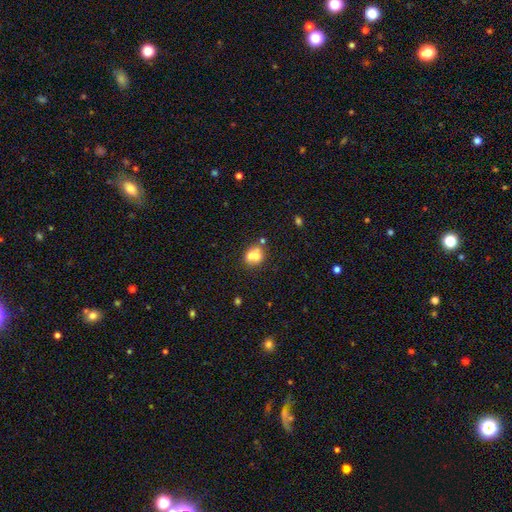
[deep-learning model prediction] This appears to be a smooth galaxy with no disk features (64%) that is round (65%). Merging: merger (52%).